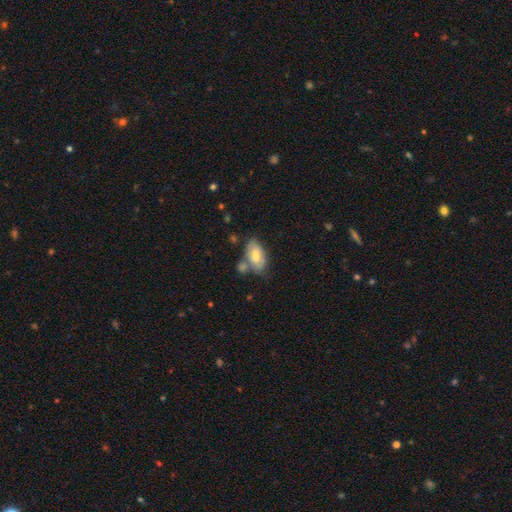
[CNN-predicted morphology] smooth_or_featured: smooth (p=0.66) [alt: featured or disk p=0.27]
how_rounded: in between (p=0.93) [alt: round p=0.04]
merging: none (p=0.54) [alt: merger p=0.20]